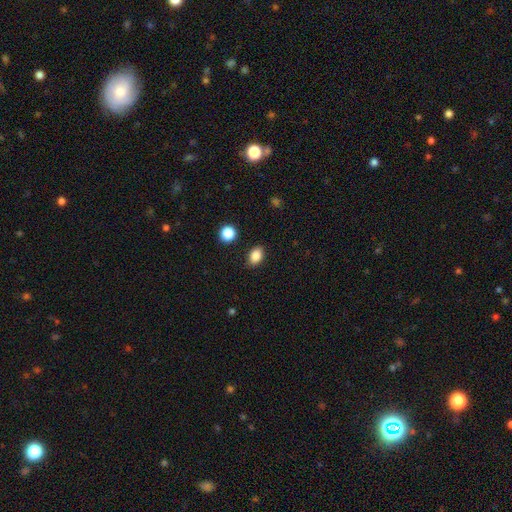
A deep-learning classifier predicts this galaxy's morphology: This appears to be a smooth galaxy with no disk features (86%) that is in between round and cigar-shaped (77%). Merging: none (86%).